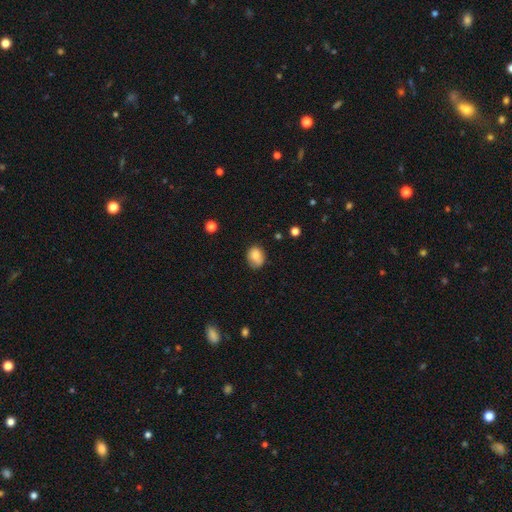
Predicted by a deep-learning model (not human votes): Overall: smooth (83%). How rounded: in between (52%; round 47%). Merging: none (65%; minor disturbance 26%).